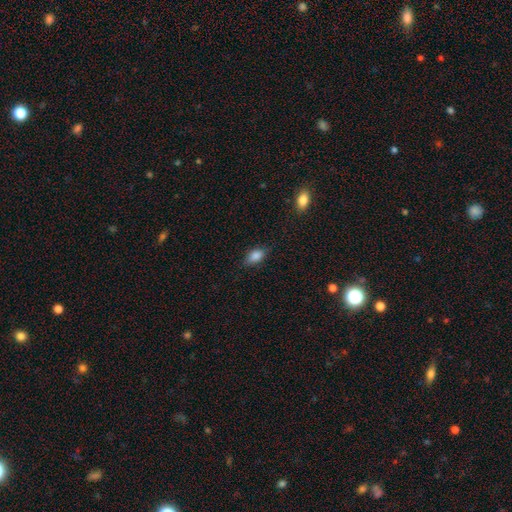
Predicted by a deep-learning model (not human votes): Q: Smooth or featured?
A: smooth (83%); runner-up: star or artifact (8%)
Q: How rounded?
A: in between (86%); runner-up: cigar-shaped (7%)
Q: Merging?
A: none (78%); runner-up: minor disturbance (18%)